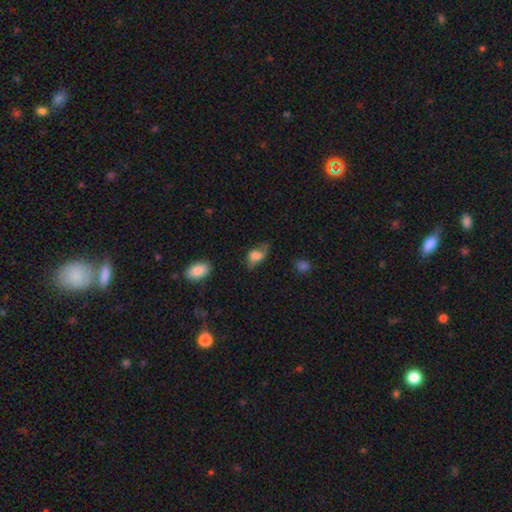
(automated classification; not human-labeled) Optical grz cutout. It shows a smooth galaxy with no disk features (66%) that is in between round and cigar-shaped (82%). Merging: none (39%).